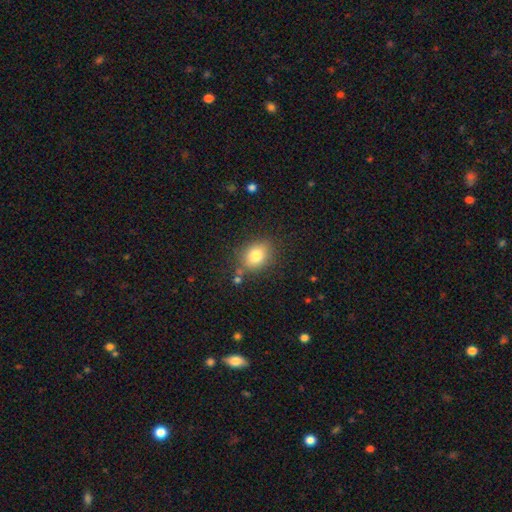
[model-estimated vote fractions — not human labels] Smooth or featured? smooth (79%)
How rounded? in between (55%)
Merging? none (78%)